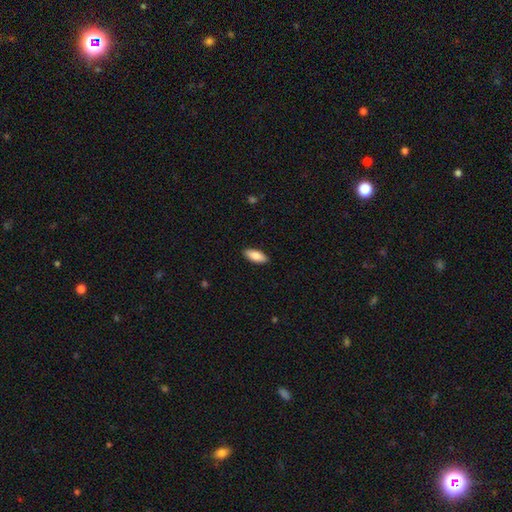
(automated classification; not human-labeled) smooth_or_featured: smooth (p=0.85) [alt: featured or disk p=0.09]
how_rounded: in between (p=0.80) [alt: cigar-shaped p=0.18]
merging: none (p=0.90) [alt: minor disturbance p=0.08]